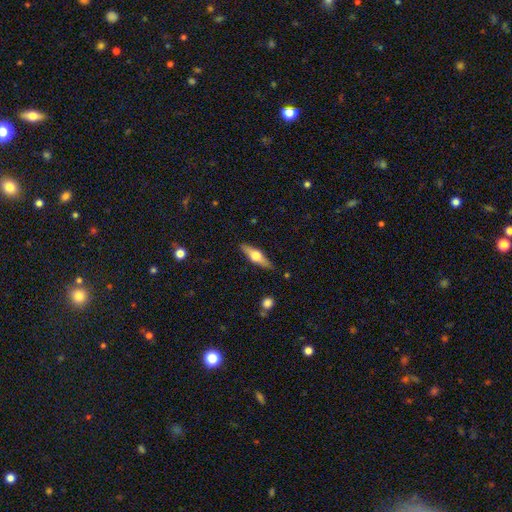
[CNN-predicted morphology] type=featured or disk (51%); edge-on=yes (92%); merging=none (86%).